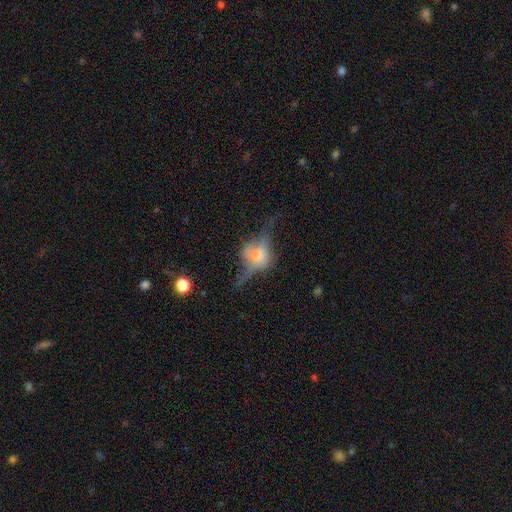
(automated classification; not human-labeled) Q: Smooth or featured?
A: featured or disk (66%); runner-up: smooth (24%)
Q: Edge-on disk?
A: yes (80%); runner-up: no (20%)
Q: Edge-on bulge?
A: rounded (90%); runner-up: boxy (8%)
Q: Merging?
A: none (50%); runner-up: minor disturbance (23%)